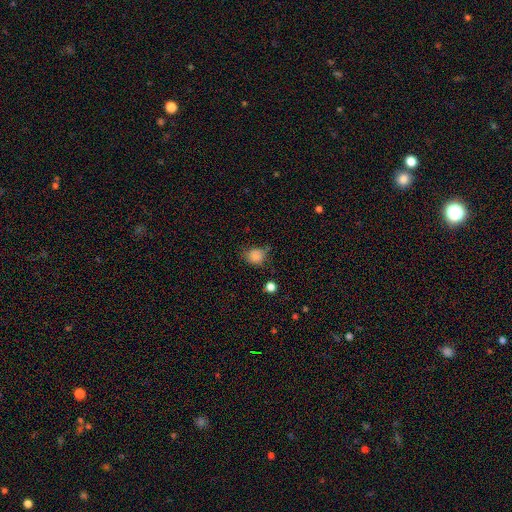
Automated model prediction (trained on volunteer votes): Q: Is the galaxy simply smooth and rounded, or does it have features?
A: smooth — 83%.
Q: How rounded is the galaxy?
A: round — 77%.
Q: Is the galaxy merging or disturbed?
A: none — 67%.